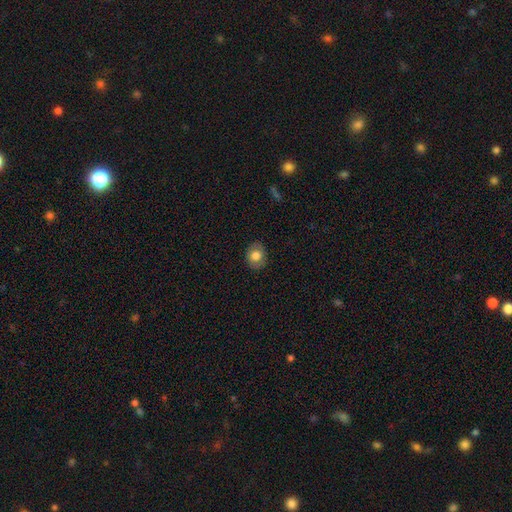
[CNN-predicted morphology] Smooth or featured?
  - smooth: 78% *
  - featured or disk: 13%
  - star or artifact: 9%
How rounded?
  - round: 59% *
  - in between: 40%
  - cigar-shaped: 1%
Merging?
  - none: 85% *
  - minor disturbance: 11%
  - major disturbance: 2%
  - merger: 1%